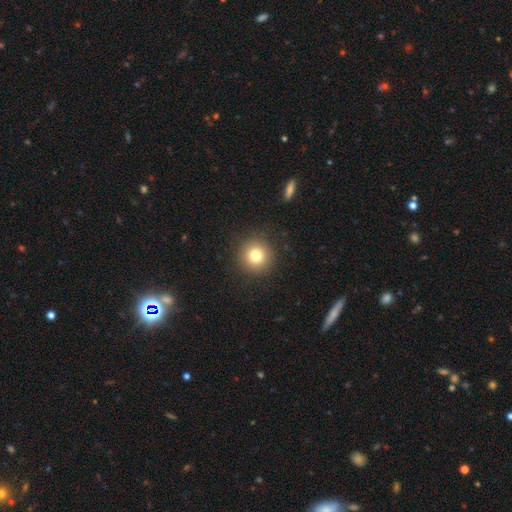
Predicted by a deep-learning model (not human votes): smooth-or-featured: smooth: 79% | star or artifact: 12% | featured or disk: 9%
  how-rounded: round: 94% | in between: 5% | cigar-shaped: 1%
  merging: none: 90% | minor disturbance: 6% | major disturbance: 3% | merger: 1%